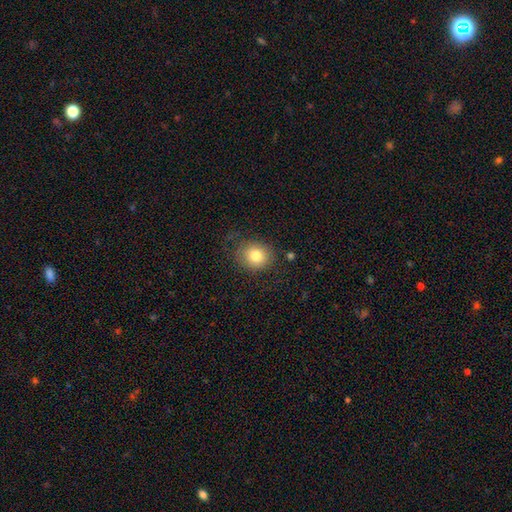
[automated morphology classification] Smooth or featured? smooth (80%)
How rounded? round (76%)
Merging? none (77%)